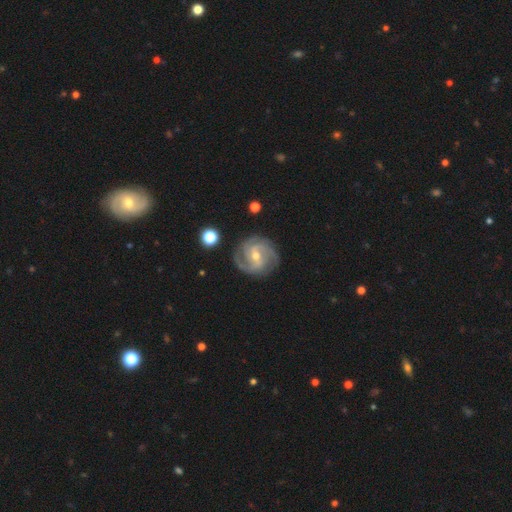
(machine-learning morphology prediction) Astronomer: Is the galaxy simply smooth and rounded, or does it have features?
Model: featured or disk — 89%.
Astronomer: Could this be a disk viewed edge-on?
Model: no — 98%.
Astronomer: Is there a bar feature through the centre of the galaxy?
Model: weak — 51% (runner-up: no, 30%).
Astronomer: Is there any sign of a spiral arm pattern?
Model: yes — 98%.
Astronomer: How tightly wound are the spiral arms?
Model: tight — 52% (runner-up: medium, 41%).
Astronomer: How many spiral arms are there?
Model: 3 — 41% (runner-up: 2, 28%).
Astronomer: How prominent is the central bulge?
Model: moderate — 54% (runner-up: small, 42%).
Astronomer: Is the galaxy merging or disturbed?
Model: none — 82%.